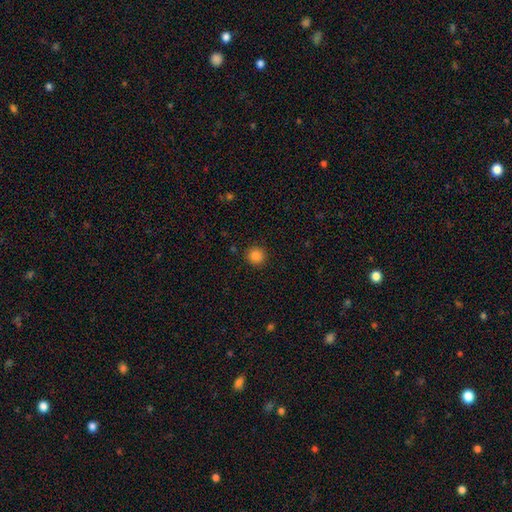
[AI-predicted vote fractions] Q: Smooth or featured?
A: smooth (85%); runner-up: star or artifact (11%)
Q: How rounded?
A: round (94%); runner-up: in between (5%)
Q: Merging?
A: none (92%); runner-up: minor disturbance (5%)